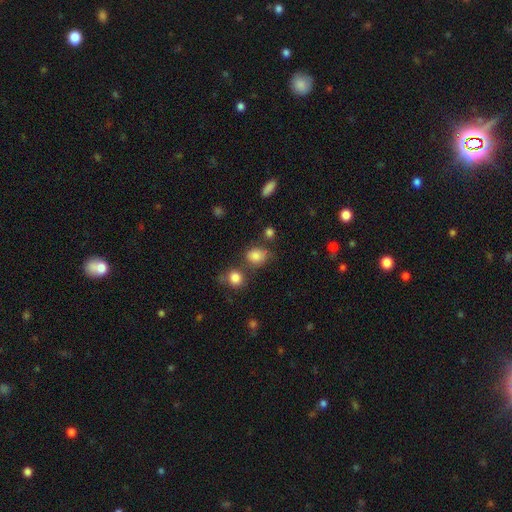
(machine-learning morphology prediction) A smooth galaxy with no disk features (82%) that is round (53%). Merging: none (59%).